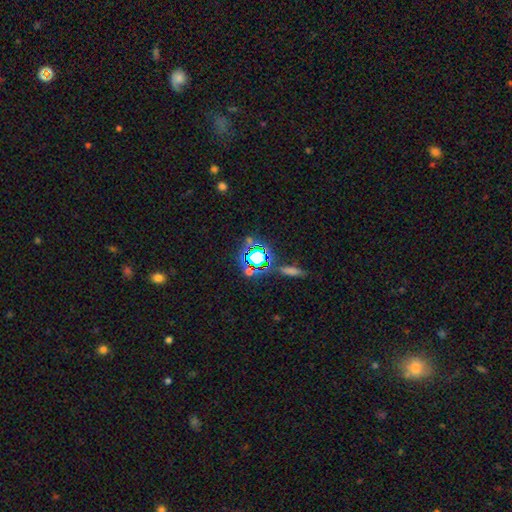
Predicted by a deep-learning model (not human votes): A star or artifact, not a galaxy (59%).